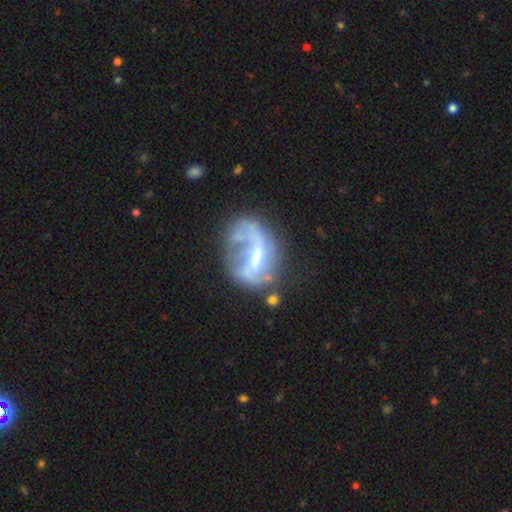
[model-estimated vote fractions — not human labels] Smooth or featured? Predicted: featured or disk (p=0.71). Edge-on disk? Predicted: no (p=0.97). Bar? Predicted: weak (p=0.45). Spiral arms? Predicted: yes (p=0.60). Bulge size? Predicted: small (p=0.36). Merging? Predicted: none (p=0.36).